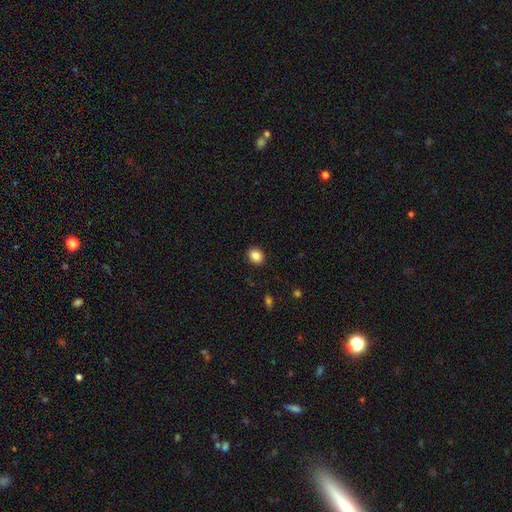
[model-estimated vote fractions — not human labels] Q: Smooth or featured?
A: smooth (87%); runner-up: star or artifact (9%)
Q: How rounded?
A: in between (51%); runner-up: round (48%)
Q: Merging?
A: none (90%); runner-up: minor disturbance (7%)